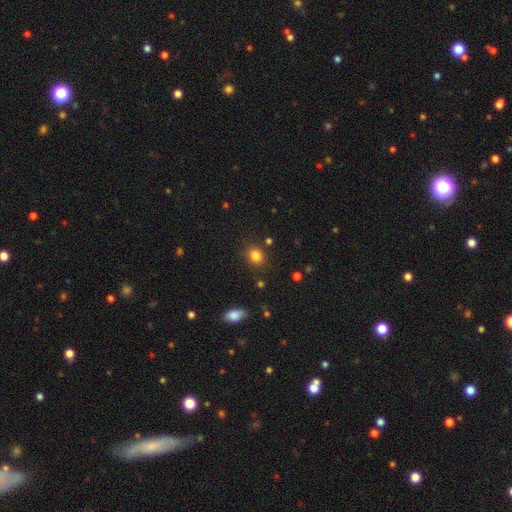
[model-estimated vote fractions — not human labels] Smooth or featured? smooth (83%)
How rounded? round (73%)
Merging? none (85%)